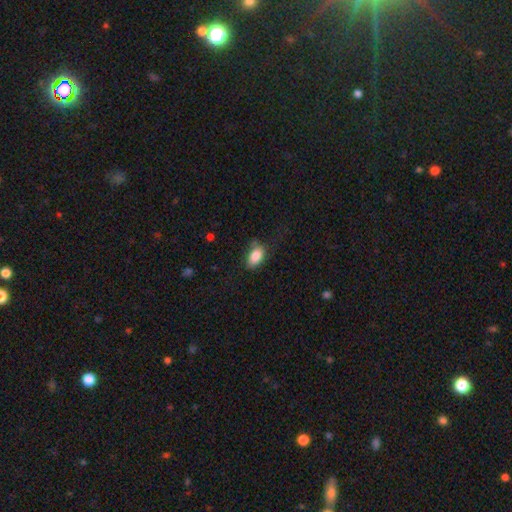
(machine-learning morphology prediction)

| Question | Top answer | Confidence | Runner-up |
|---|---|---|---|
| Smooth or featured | smooth | 85% | featured or disk (7%) |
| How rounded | in between | 90% | round (7%) |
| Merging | none | 66% | minor disturbance (24%) |